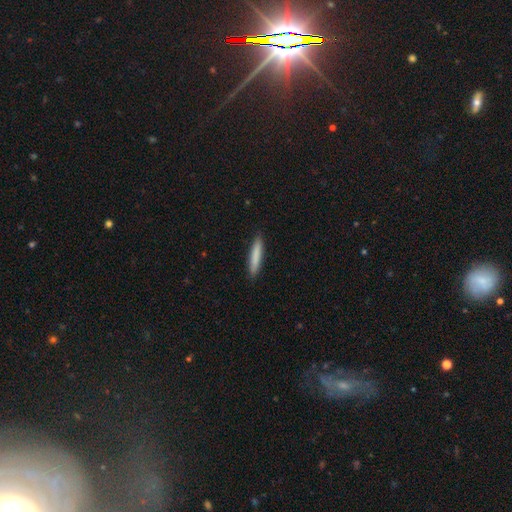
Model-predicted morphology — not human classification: The model was most divided on "smooth or featured": smooth: 83%, featured or disk: 11%, star or artifact: 6%. More confident: how rounded — cigar-shaped (92%); merging — none (90%).